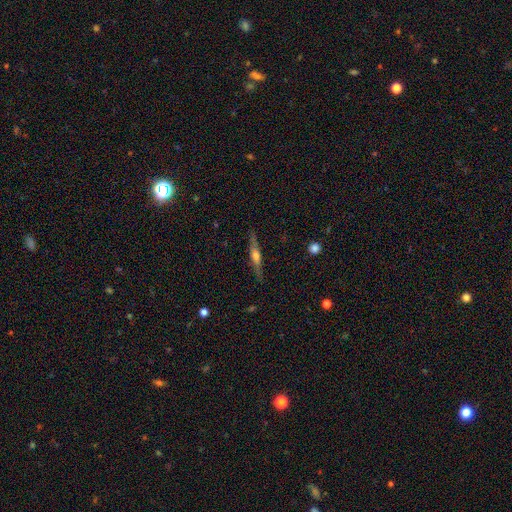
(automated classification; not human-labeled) Smooth or featured? Predicted: featured or disk (p=0.67). Edge-on disk? Predicted: yes (p=0.96). Edge-on bulge? Predicted: rounded (p=0.82). Merging? Predicted: none (p=0.87).